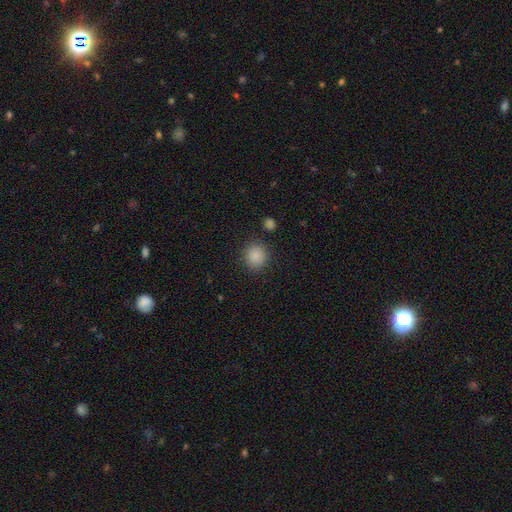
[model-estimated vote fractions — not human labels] This is clearly a smooth galaxy (87%). How rounded: clearly round (88%). Merging: clearly none (88%).